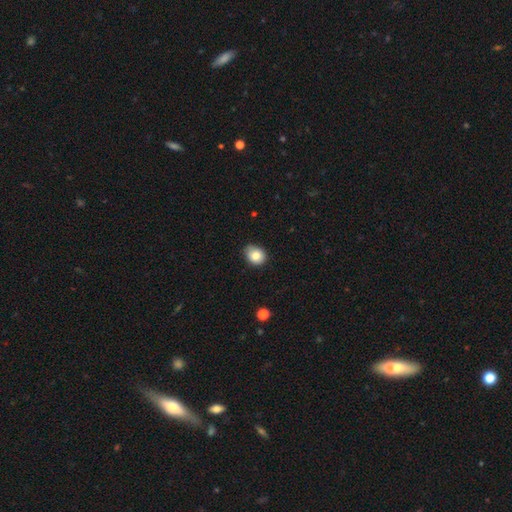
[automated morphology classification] Smooth or featured? Predicted: smooth (p=0.81). How rounded? Predicted: round (p=0.56). Merging? Predicted: none (p=0.77).